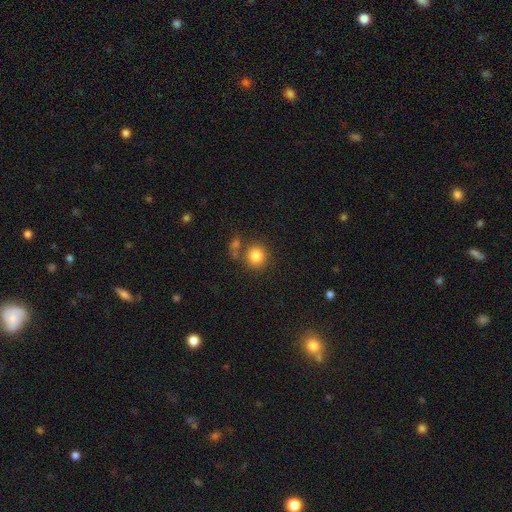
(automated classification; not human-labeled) Morphology: type=smooth (84%); roundness=round (89%); merging=none (69%).